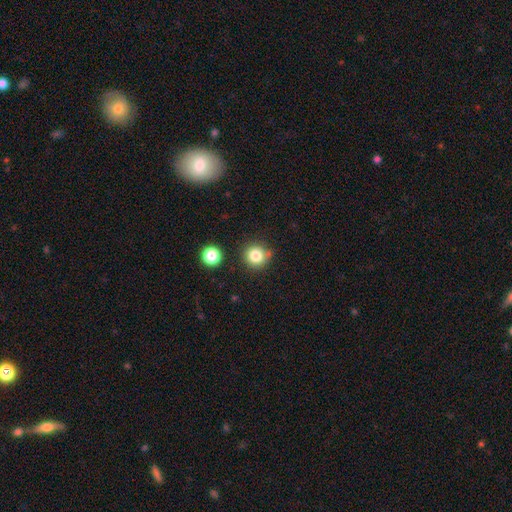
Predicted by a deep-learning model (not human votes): A smooth galaxy with no disk features (82%) that is round (93%).

Vote fractions:
- Smooth or featured? smooth: 82% / star or artifact: 12% / featured or disk: 6%
- How rounded? round: 93% / in between: 6% / cigar-shaped: 1%
- Merging? none: 77% / minor disturbance: 13% / merger: 6% / major disturbance: 4%